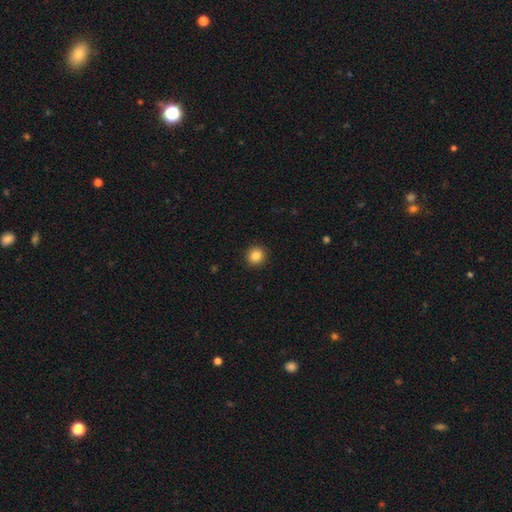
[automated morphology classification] smooth_or_featured: smooth (p=0.85) [alt: star or artifact p=0.10]
how_rounded: round (p=0.91) [alt: in between p=0.08]
merging: none (p=0.92) [alt: minor disturbance p=0.05]